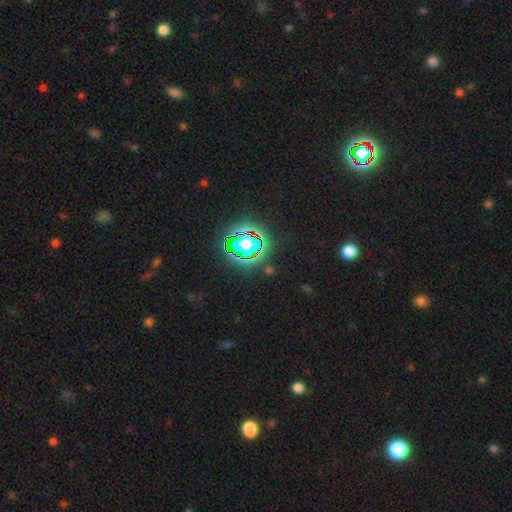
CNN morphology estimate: A star or artifact, not a galaxy (82%).

Vote fractions:
- Smooth or featured? star or artifact: 82% / smooth: 12% / featured or disk: 7%